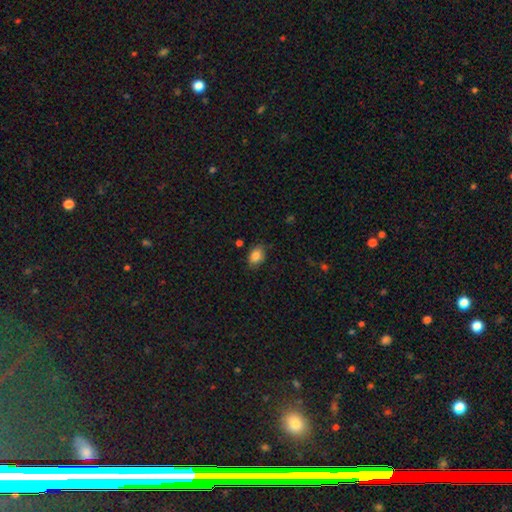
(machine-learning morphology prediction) Overall: smooth (85%). How rounded: in between (78%). Merging: none (77%).